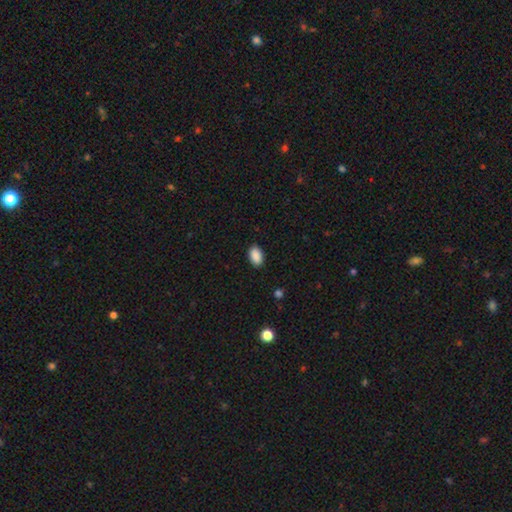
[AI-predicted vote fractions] A smooth galaxy with no disk features (90%) that is in between round and cigar-shaped (92%). Merging: none (88%).